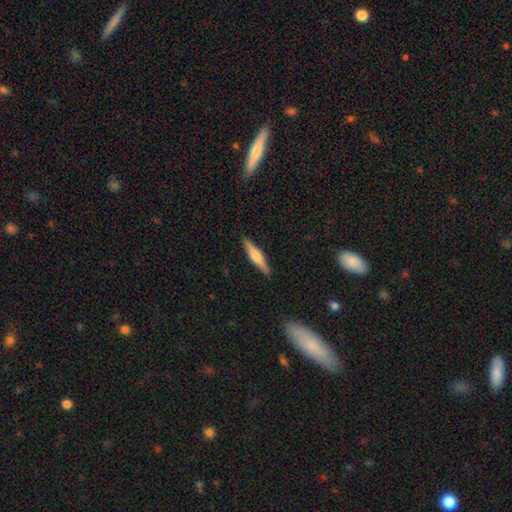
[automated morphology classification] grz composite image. It shows a featured or disk galaxy (56%) viewed edge-on (97%) with a rounded central bulge (75%). Merging: none (90%).